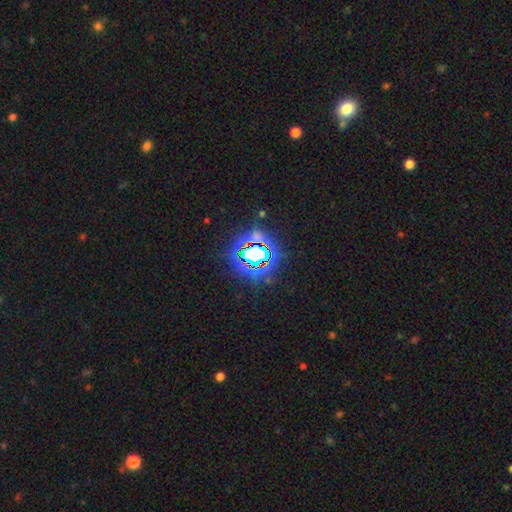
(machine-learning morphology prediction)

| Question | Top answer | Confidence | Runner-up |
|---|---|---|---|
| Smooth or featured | star or artifact | 71% | smooth (17%) |